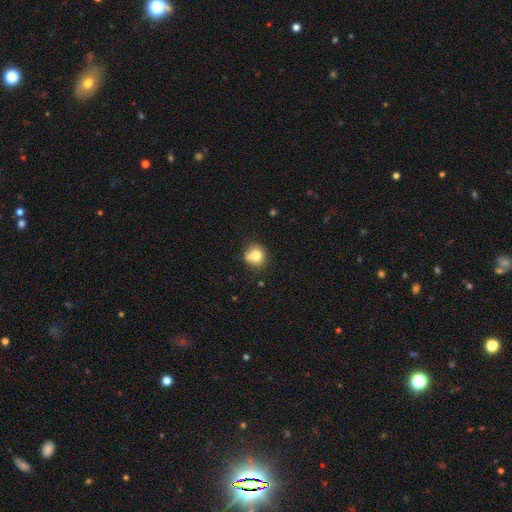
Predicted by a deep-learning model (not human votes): Smooth or featured? Predicted: smooth (p=0.76). How rounded? Predicted: round (p=0.81). Merging? Predicted: none (p=0.56).